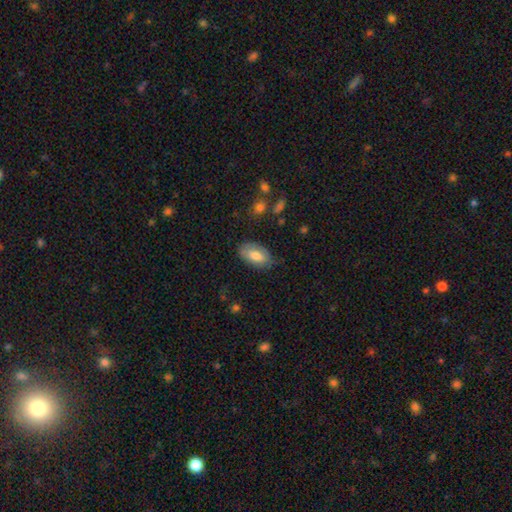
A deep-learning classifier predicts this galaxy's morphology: type=smooth (72%); roundness=in between (93%); merging=none (72%).